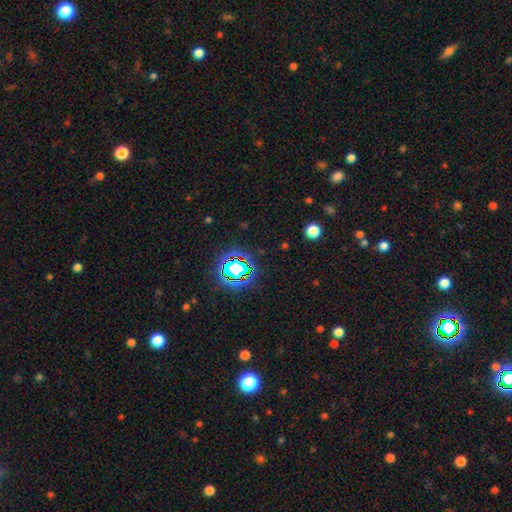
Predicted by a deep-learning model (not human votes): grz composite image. It shows a star or artifact, not a galaxy (78%).